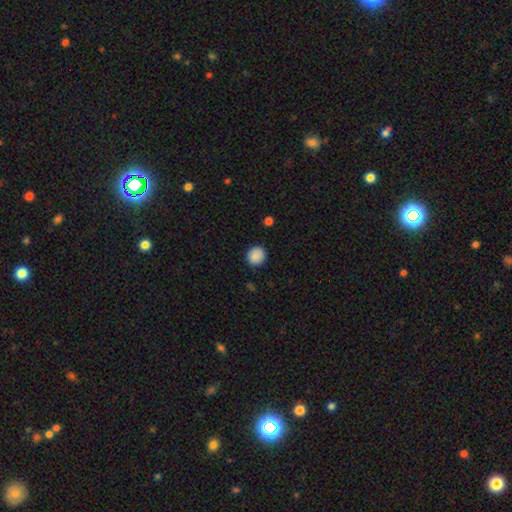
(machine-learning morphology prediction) A smooth galaxy with no disk features (88%) that is round (87%).

Vote fractions:
- Smooth or featured? smooth: 88% / star or artifact: 8% / featured or disk: 3%
- How rounded? round: 87% / in between: 12% / cigar-shaped: 1%
- Merging? none: 89% / minor disturbance: 8% / major disturbance: 2% / merger: 1%